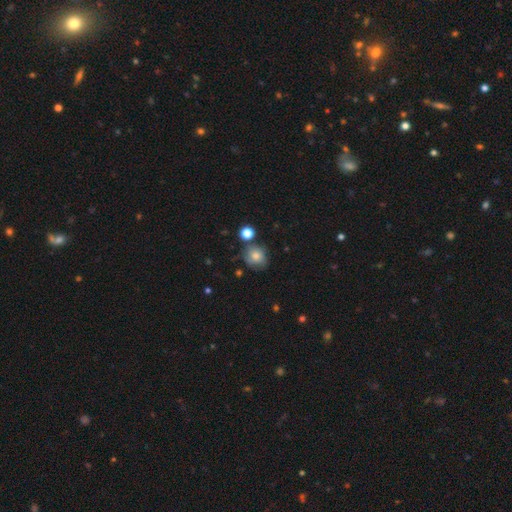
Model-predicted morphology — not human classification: type=smooth (75%); roundness=round (79%); merging=none (65%).